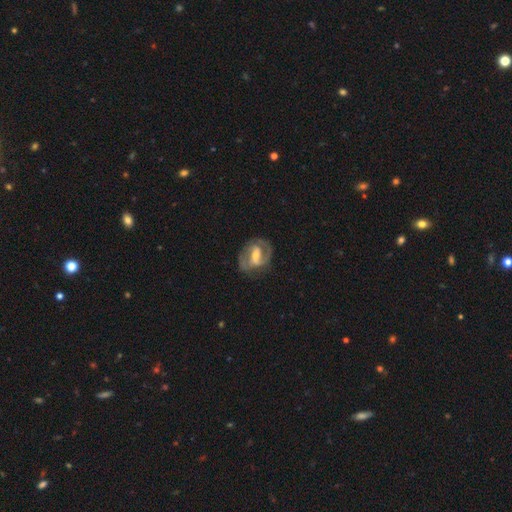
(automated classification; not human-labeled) Smooth or featured? Predicted: featured or disk (p=0.78). Edge-on disk? Predicted: no (p=0.96). Bar? Predicted: strong (p=0.44). Spiral arms? Predicted: yes (p=0.81). Spiral winding? Predicted: medium (p=0.47). Spiral arm count? Predicted: 2 (p=0.75). Bulge size? Predicted: moderate (p=0.50). Merging? Predicted: none (p=0.66).